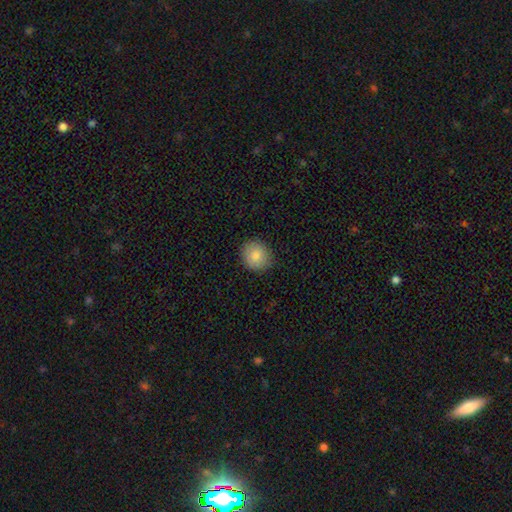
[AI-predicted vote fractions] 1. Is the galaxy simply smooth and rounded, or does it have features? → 85% smooth, 8% star or artifact, 7% featured or disk.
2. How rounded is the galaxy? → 87% round, 12% in between, 1% cigar-shaped.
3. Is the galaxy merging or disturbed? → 88% none, 9% minor disturbance, 2% major disturbance, 1% merger.